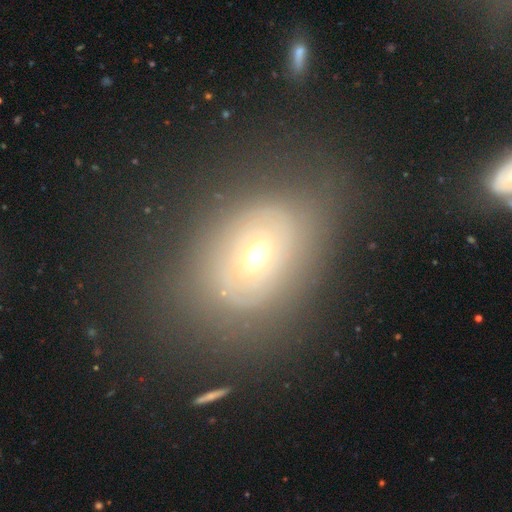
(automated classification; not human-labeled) Smooth or featured? featured or disk (48%)
Merging? none (67%)